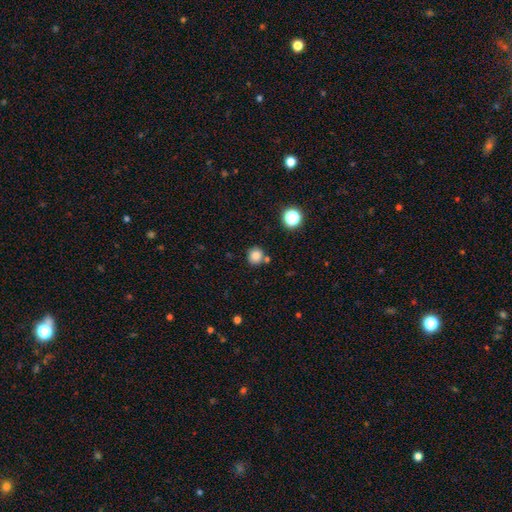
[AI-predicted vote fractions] Smooth or featured? Predicted: smooth (p=0.83). How rounded? Predicted: round (p=0.87). Merging? Predicted: none (p=0.76).